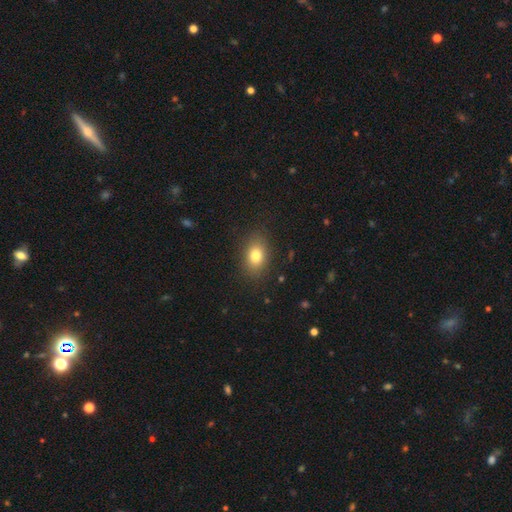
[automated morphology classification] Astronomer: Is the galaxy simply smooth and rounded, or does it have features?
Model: smooth — 80%.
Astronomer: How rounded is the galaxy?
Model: in between — 78%.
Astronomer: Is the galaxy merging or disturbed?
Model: none — 86%.